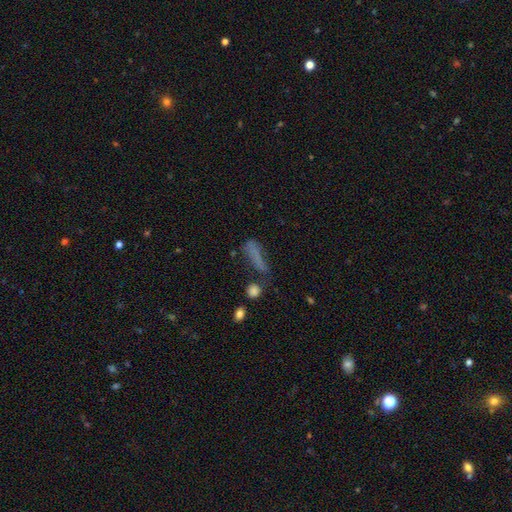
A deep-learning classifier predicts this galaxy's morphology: Smooth or featured: smooth — 63% (featured or disk — 20%)
How rounded: cigar-shaped — 68% (in between — 27%)
Merging: none — 43% (minor disturbance — 24%)